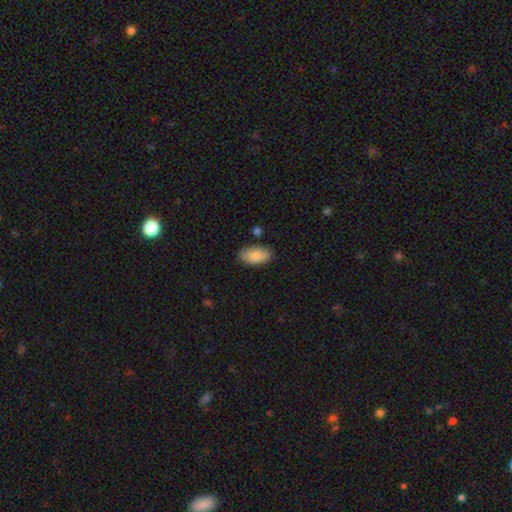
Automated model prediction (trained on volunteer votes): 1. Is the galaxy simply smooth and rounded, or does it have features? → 83% smooth, 10% featured or disk, 6% star or artifact.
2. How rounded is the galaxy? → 94% in between, 3% round, 3% cigar-shaped.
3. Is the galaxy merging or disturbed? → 82% none, 13% minor disturbance, 3% merger, 3% major disturbance.